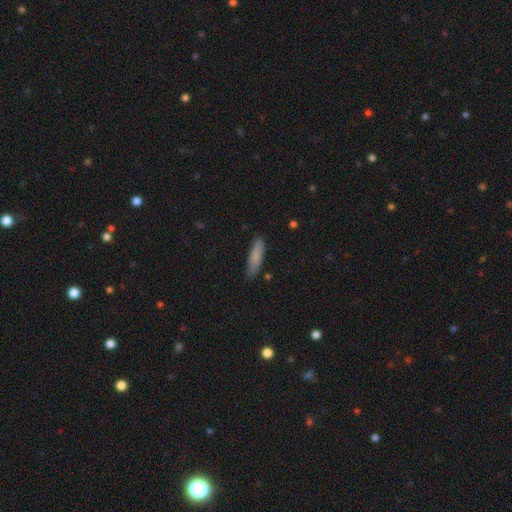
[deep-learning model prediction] smooth-or-featured: smooth: 82% | featured or disk: 11% | star or artifact: 6%
  how-rounded: cigar-shaped: 73% | in between: 25% | round: 2%
  merging: none: 83% | minor disturbance: 14% | major disturbance: 2% | merger: 2%